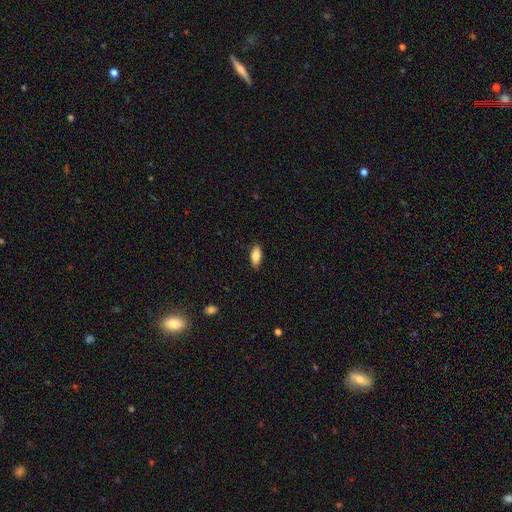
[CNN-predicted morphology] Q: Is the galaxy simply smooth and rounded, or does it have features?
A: smooth — 79%.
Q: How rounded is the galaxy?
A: in between — 84%.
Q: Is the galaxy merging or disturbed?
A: none — 86%.